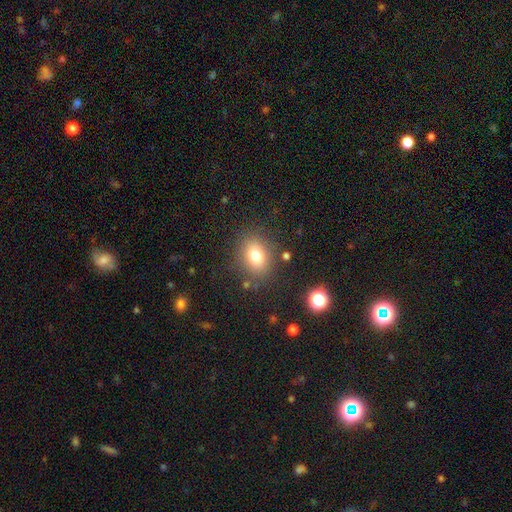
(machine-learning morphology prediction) The model was most divided on "how rounded": in between: 58%, round: 41%, cigar-shaped: 1%. More confident: merging — none (82%); smooth or featured — smooth (77%).